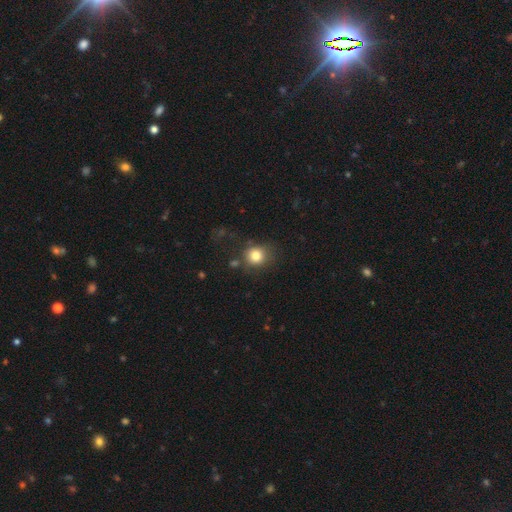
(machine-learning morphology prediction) Smooth or featured: smooth — 81% (star or artifact — 12%)
How rounded: round — 83% (in between — 16%)
Merging: none — 71% (minor disturbance — 16%)